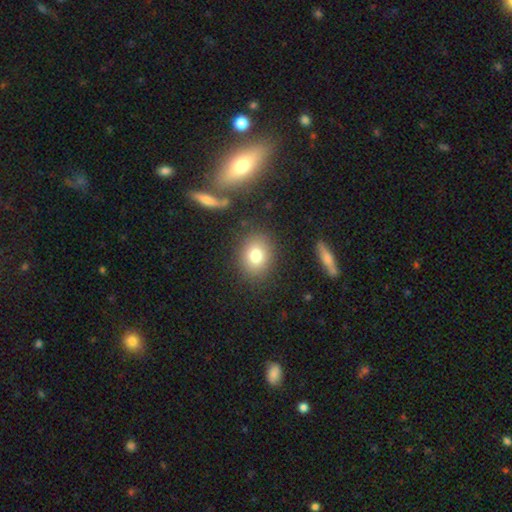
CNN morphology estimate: Smooth or featured? smooth (79%)
How rounded? round (54%)
Merging? none (84%)